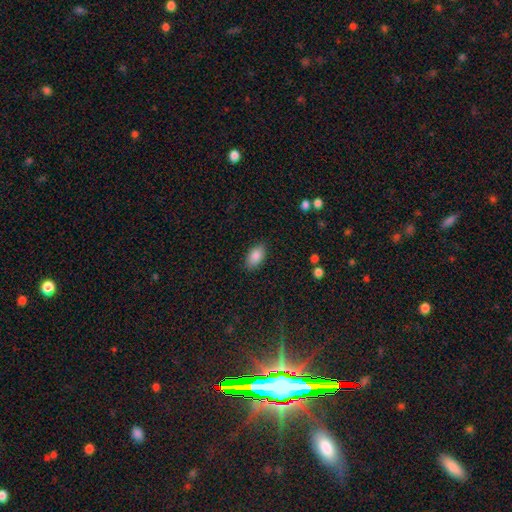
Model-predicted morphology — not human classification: smooth_or_featured: smooth (p=0.87) [alt: star or artifact p=0.08]
how_rounded: in between (p=0.93) [alt: round p=0.05]
merging: none (p=0.86) [alt: minor disturbance p=0.10]